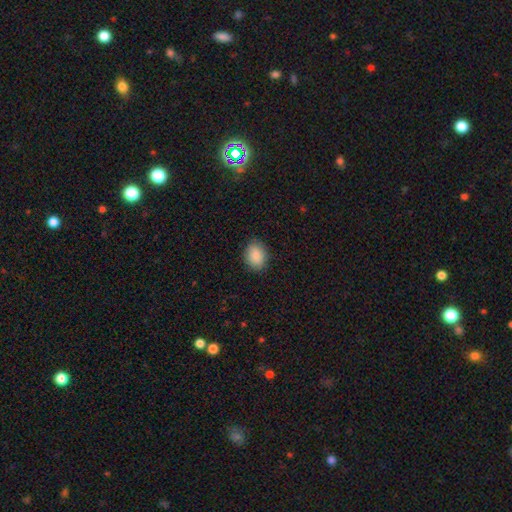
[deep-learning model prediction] This appears to be a smooth galaxy with no disk features (89%) that is in between round and cigar-shaped (65%). Merging: none (87%).